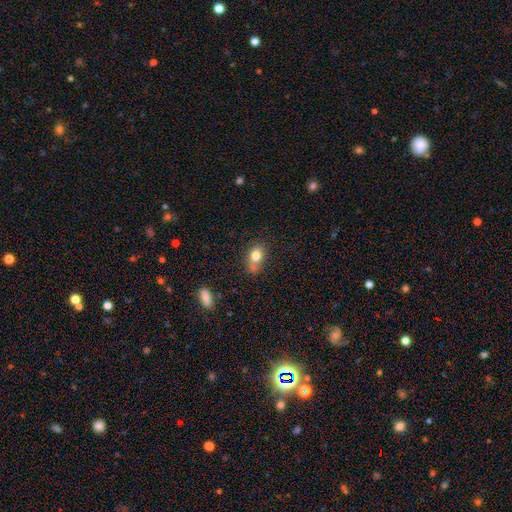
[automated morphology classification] type=smooth (77%); roundness=in between (68%); merging=none (49%).